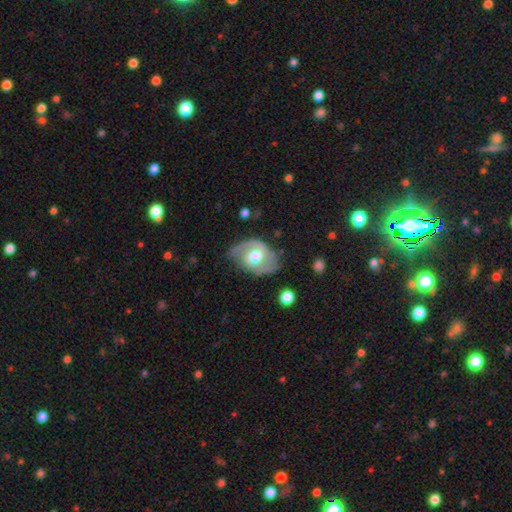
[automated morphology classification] A featured or disk galaxy (75%) with no bar (63%), 2 (76%) medium (44%) spiral arms (82%) and a moderate central bulge (68%). Merging: none (64%).